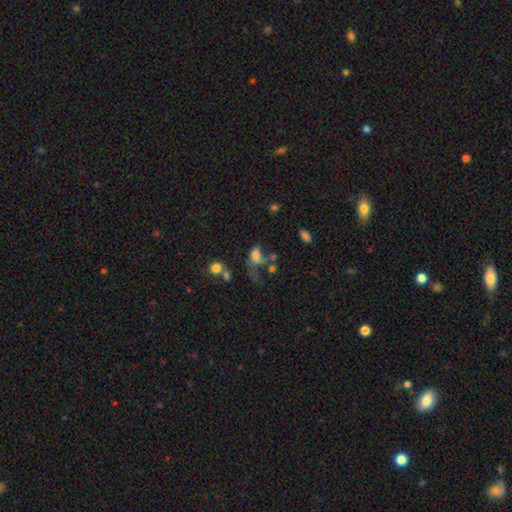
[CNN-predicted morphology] smooth 61%, featured or disk 25%, star or artifact 15%. Down the decision tree: how rounded — in between (81%); merging — major disturbance (42%).